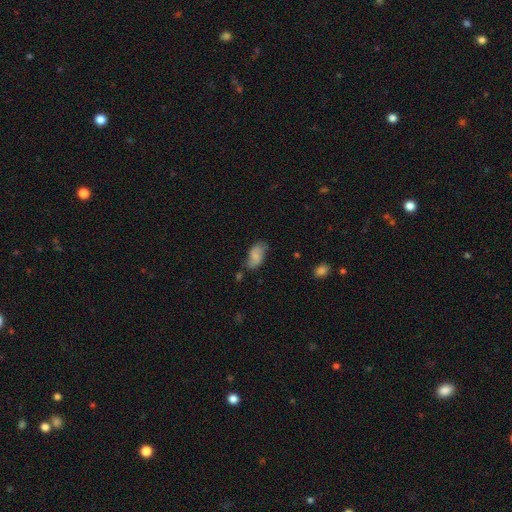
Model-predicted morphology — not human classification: A smooth galaxy with no disk features (72%) that is in between round and cigar-shaped (93%).

Vote fractions:
- Smooth or featured? smooth: 72% / featured or disk: 20% / star or artifact: 8%
- How rounded? in between: 93% / round: 4% / cigar-shaped: 3%
- Merging? none: 59% / minor disturbance: 29% / major disturbance: 7% / merger: 5%